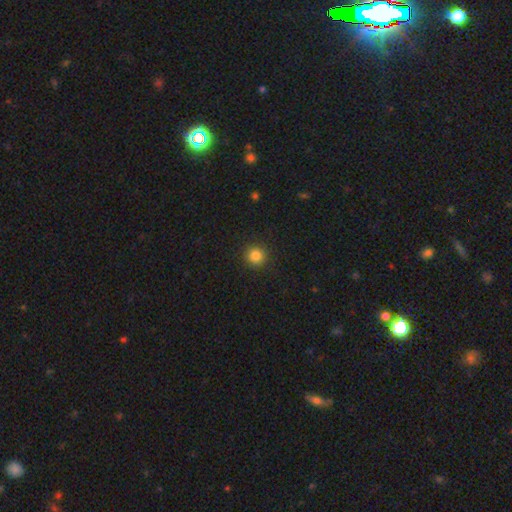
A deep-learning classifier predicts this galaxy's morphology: type=smooth (84%); roundness=round (94%); merging=none (92%).